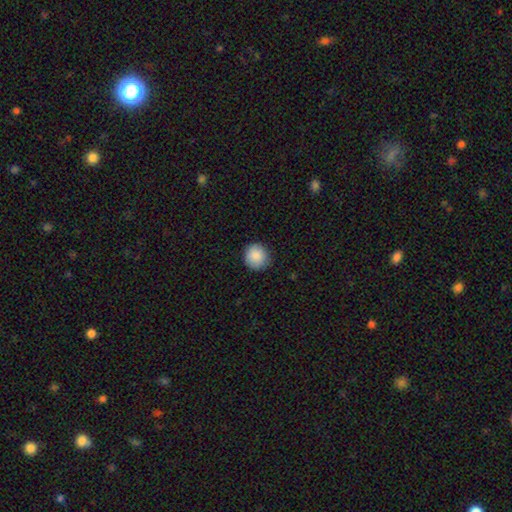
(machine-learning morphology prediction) This is clearly a smooth galaxy (88%). How rounded: clearly round (93%). Merging: clearly none (88%).